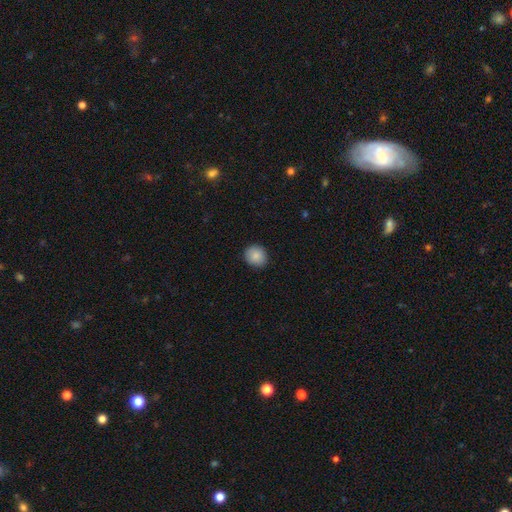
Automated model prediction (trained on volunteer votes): smooth_or_featured: smooth (p=0.88) [alt: star or artifact p=0.08]
how_rounded: round (p=0.83) [alt: in between p=0.16]
merging: none (p=0.90) [alt: minor disturbance p=0.07]